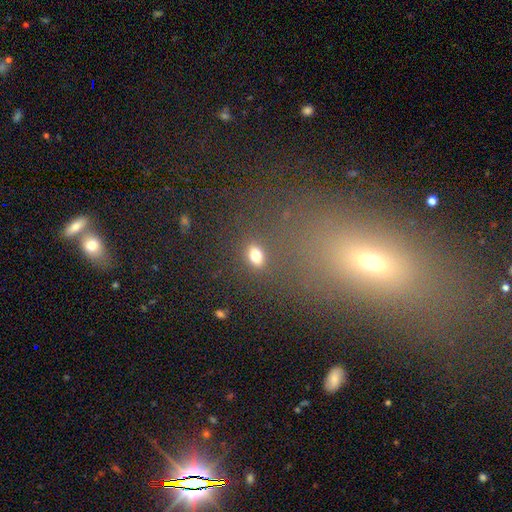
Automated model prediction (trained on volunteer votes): A smooth galaxy with no disk features (75%) that is in between round and cigar-shaped (77%).

Vote fractions:
- Smooth or featured? smooth: 75% / star or artifact: 16% / featured or disk: 9%
- How rounded? in between: 77% / round: 19% / cigar-shaped: 4%
- Merging? none: 83% / minor disturbance: 9% / major disturbance: 4% / merger: 3%